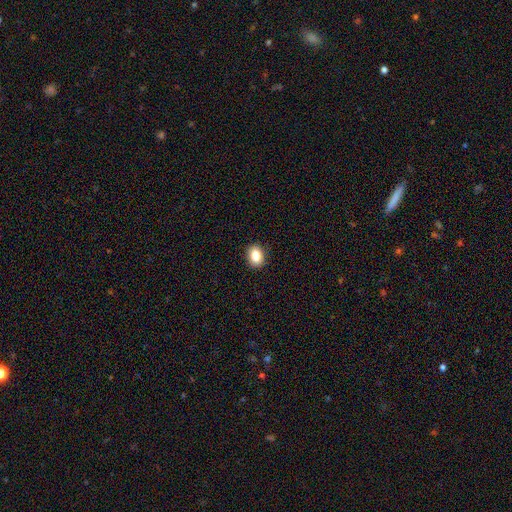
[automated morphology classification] A smooth galaxy with no disk features (84%) that is in between round and cigar-shaped (62%).

Vote fractions:
- Smooth or featured? smooth: 84% / star or artifact: 9% / featured or disk: 7%
- How rounded? in between: 62% / round: 37% / cigar-shaped: 1%
- Merging? none: 89% / minor disturbance: 8% / major disturbance: 2% / merger: 1%